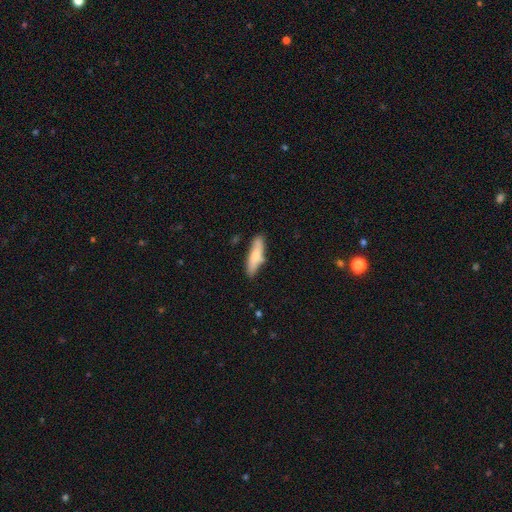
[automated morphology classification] This is likely a smooth galaxy (70%). How rounded: likely cigar-shaped (65%). Merging: likely none (74%).